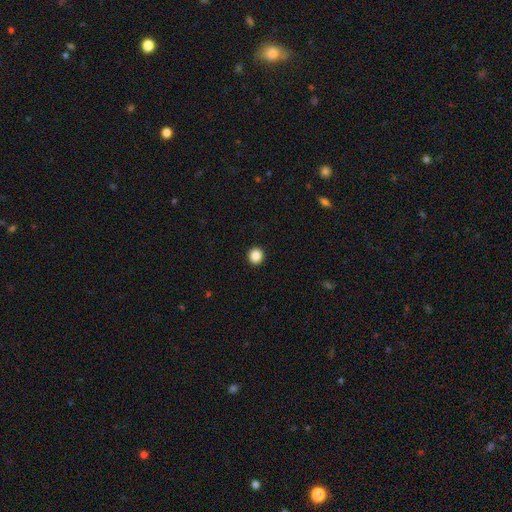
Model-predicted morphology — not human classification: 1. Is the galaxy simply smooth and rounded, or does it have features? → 87% smooth, 10% star or artifact, 3% featured or disk.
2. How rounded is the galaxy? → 92% round, 7% in between, 1% cigar-shaped.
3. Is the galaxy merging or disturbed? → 94% none, 4% minor disturbance, 1% major disturbance, 1% merger.